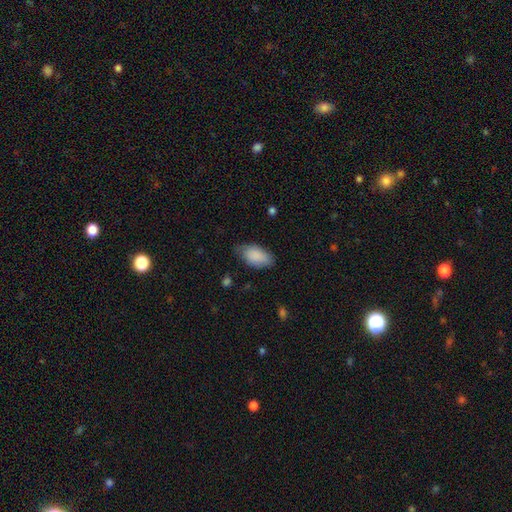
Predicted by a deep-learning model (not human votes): smooth_or_featured: smooth (p=0.88) [alt: star or artifact p=0.06]
how_rounded: in between (p=0.94) [alt: round p=0.03]
merging: none (p=0.66) [alt: minor disturbance p=0.27]